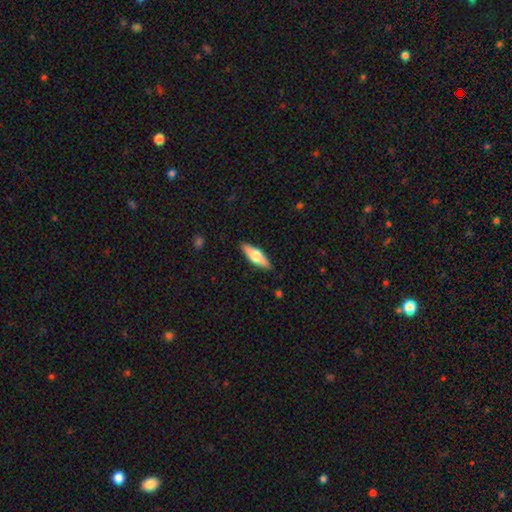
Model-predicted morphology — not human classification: type=smooth (52%); roundness=in between (51%); merging=none (88%).